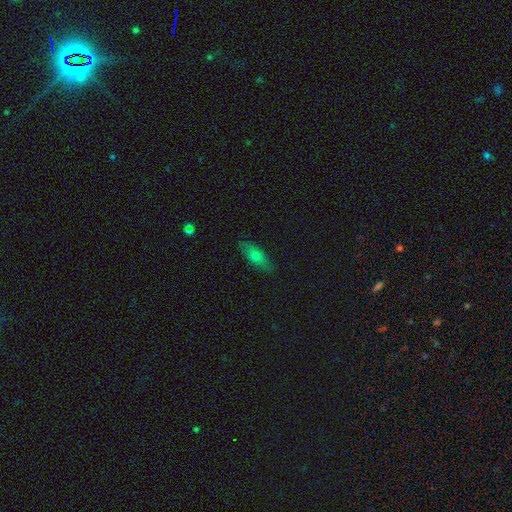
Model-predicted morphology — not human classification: A smooth galaxy with no disk features (69%) that is in between round and cigar-shaped (73%).

Vote fractions:
- Smooth or featured? smooth: 69% / featured or disk: 23% / star or artifact: 8%
- How rounded? in between: 73% / cigar-shaped: 24% / round: 3%
- Merging? none: 83% / minor disturbance: 13% / major disturbance: 2% / merger: 1%